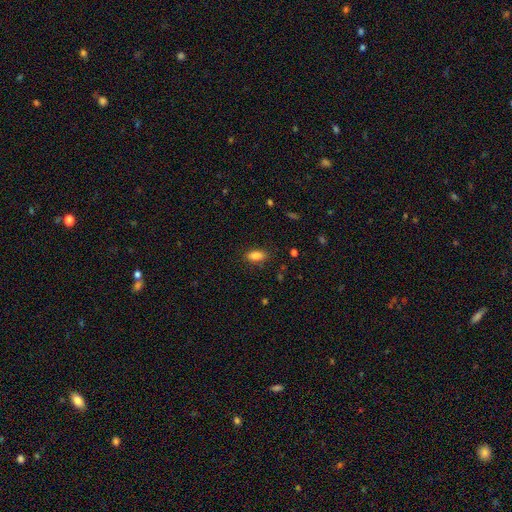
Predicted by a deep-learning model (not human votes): A smooth galaxy with no disk features (86%) that is in between round and cigar-shaped (89%).

Vote fractions:
- Smooth or featured? smooth: 86% / star or artifact: 9% / featured or disk: 5%
- How rounded? in between: 89% / cigar-shaped: 7% / round: 4%
- Merging? none: 83% / minor disturbance: 12% / major disturbance: 3% / merger: 1%